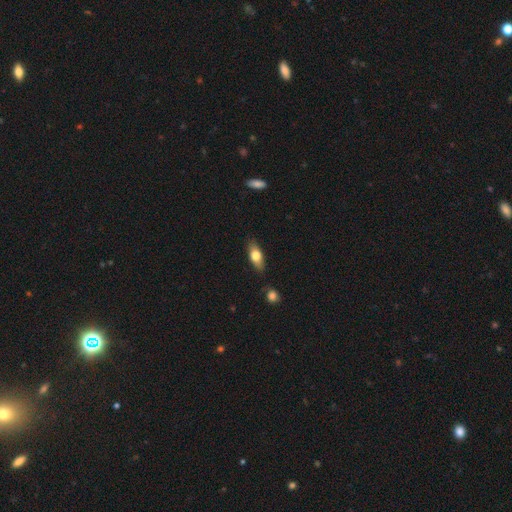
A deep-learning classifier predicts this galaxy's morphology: Smooth or featured?
  - smooth: 69% *
  - featured or disk: 24%
  - star or artifact: 7%
How rounded?
  - in between: 74% *
  - cigar-shaped: 22%
  - round: 5%
Merging?
  - none: 81% *
  - minor disturbance: 13%
  - major disturbance: 3%
  - merger: 3%